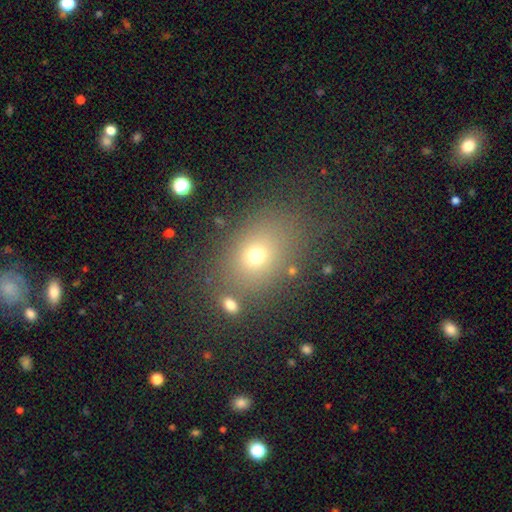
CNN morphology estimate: The model was most divided on "how rounded": in between: 56%, round: 43%, cigar-shaped: 1%. More confident: merging — none (74%); smooth or featured — smooth (68%).